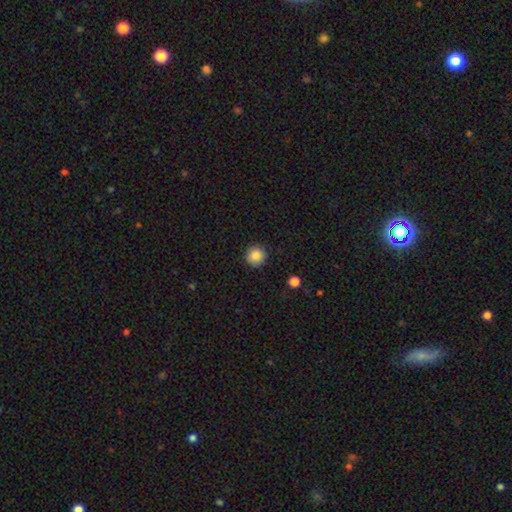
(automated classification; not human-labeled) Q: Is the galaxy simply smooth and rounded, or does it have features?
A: smooth — 87%.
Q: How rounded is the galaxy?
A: round — 95%.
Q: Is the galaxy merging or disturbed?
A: none — 91%.